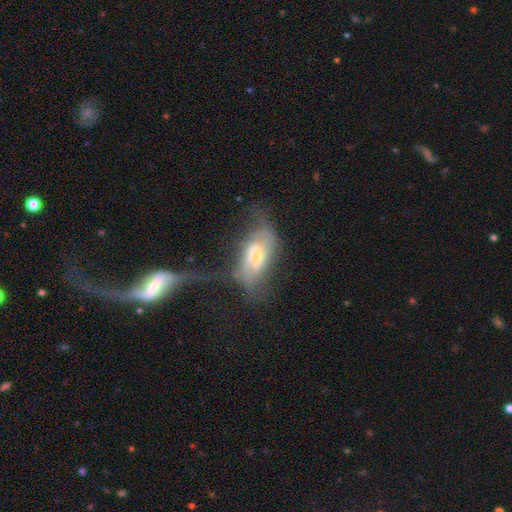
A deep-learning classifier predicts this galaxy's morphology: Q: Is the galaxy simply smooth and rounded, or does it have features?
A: featured or disk — 58%.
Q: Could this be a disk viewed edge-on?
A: no — 81%.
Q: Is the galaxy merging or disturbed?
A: major disturbance — 40%.